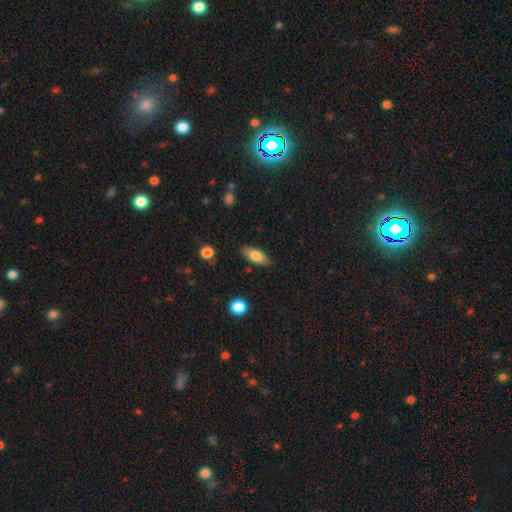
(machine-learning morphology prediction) smooth_or_featured: smooth (p=0.77) [alt: featured or disk p=0.16]
how_rounded: in between (p=0.80) [alt: cigar-shaped p=0.17]
merging: none (p=0.83) [alt: minor disturbance p=0.12]